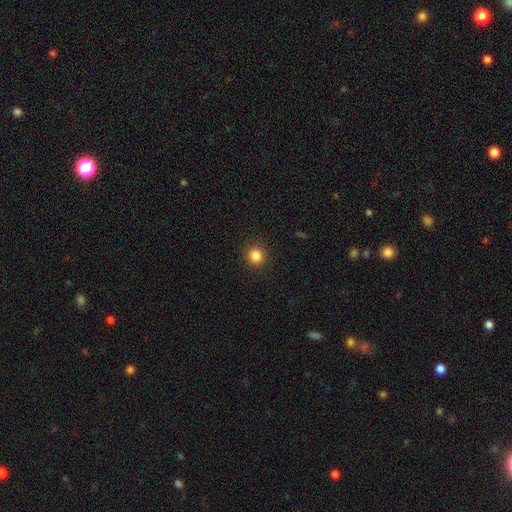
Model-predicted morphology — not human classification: Smooth or featured? smooth (85%)
How rounded? round (93%)
Merging? none (92%)